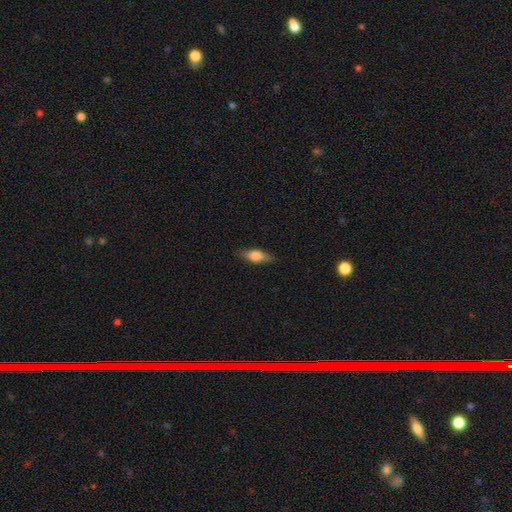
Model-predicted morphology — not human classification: smooth-or-featured: smooth: 67% | featured or disk: 27% | star or artifact: 7%
  how-rounded: in between: 70% | cigar-shaped: 25% | round: 4%
  merging: none: 84% | minor disturbance: 12% | major disturbance: 2% | merger: 1%